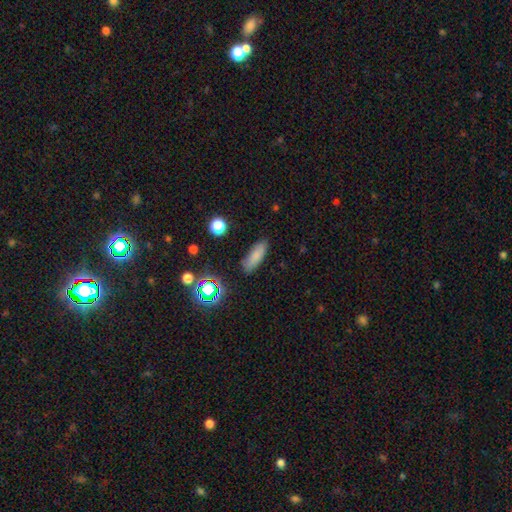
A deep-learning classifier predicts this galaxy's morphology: This appears to be a smooth galaxy with no disk features (79%) that is in between round and cigar-shaped (64%). Merging: none (83%).